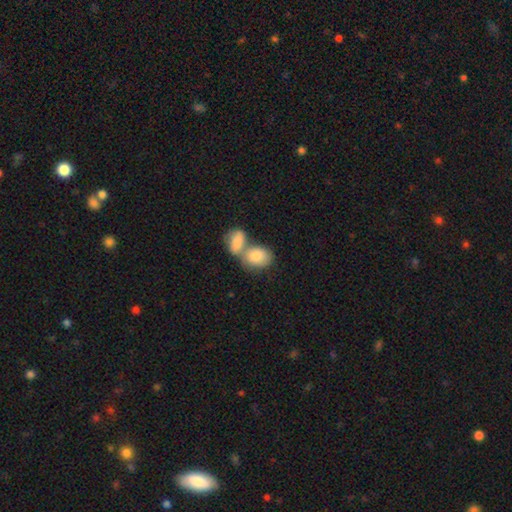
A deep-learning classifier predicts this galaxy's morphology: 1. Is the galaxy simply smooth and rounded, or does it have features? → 82% smooth, 12% featured or disk, 7% star or artifact.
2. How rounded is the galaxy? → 77% in between, 22% round, 2% cigar-shaped.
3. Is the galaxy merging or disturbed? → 67% merger, 22% none, 8% minor disturbance, 4% major disturbance.